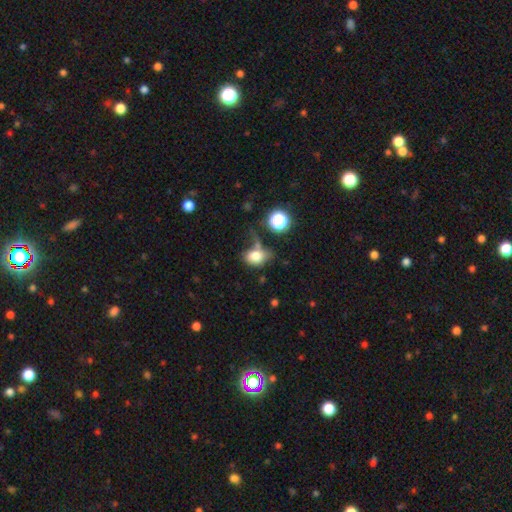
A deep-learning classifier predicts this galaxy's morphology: This appears to be a smooth galaxy with no disk features (75%) that is in between round and cigar-shaped (67%). Merging: none (38%).